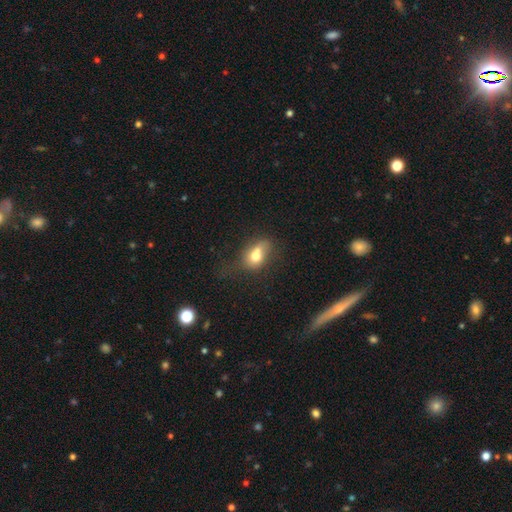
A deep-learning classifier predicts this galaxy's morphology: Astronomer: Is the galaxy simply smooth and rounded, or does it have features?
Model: smooth — 69%.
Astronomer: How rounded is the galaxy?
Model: in between — 62%.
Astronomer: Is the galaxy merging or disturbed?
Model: merger — 36% (runner-up: none, 29%).